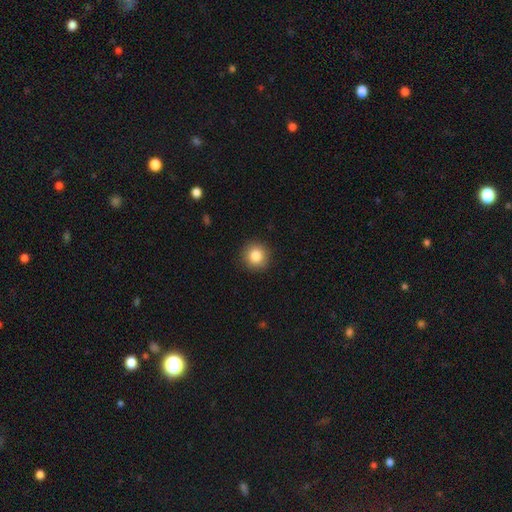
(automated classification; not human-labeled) Morphology: type=smooth (85%); roundness=round (94%); merging=none (92%).